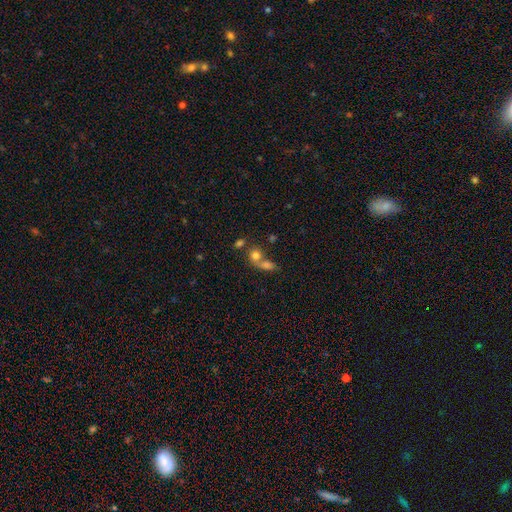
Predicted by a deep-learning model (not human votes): This is likely a smooth galaxy (75%). How rounded: likely round (66%). Merging: possibly merger (50%).